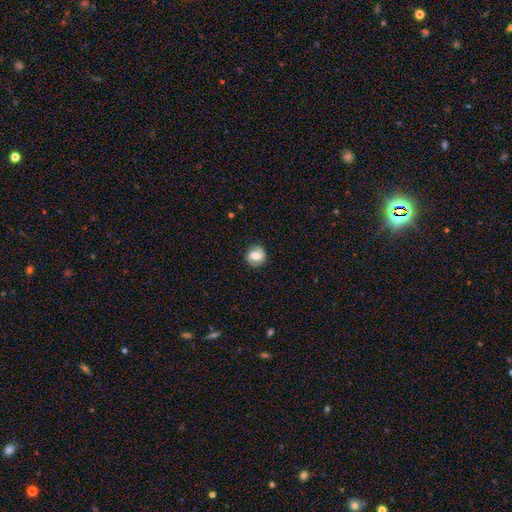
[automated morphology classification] This is possibly a featured or disk galaxy (48%). Merging: clearly none (84%).